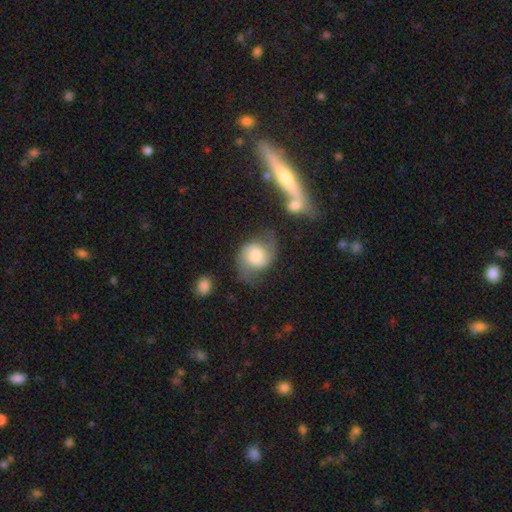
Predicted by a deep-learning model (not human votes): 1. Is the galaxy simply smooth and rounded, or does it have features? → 65% featured or disk, 27% smooth, 8% star or artifact.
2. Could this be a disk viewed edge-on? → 98% no, 2% yes.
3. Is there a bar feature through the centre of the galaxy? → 68% no, 27% weak, 5% strong.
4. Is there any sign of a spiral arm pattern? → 92% yes, 8% no.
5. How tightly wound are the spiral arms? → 44% medium, 42% loose, 15% tight.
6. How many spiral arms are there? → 91% 2, 4% can't tell, 2% 1, 1% 3, 1% 4, 1% more than 4.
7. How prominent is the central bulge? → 47% moderate, 24% small, 20% large, 5% none, 5% dominant.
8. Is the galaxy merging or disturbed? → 59% none, 23% minor disturbance, 13% major disturbance, 5% merger.